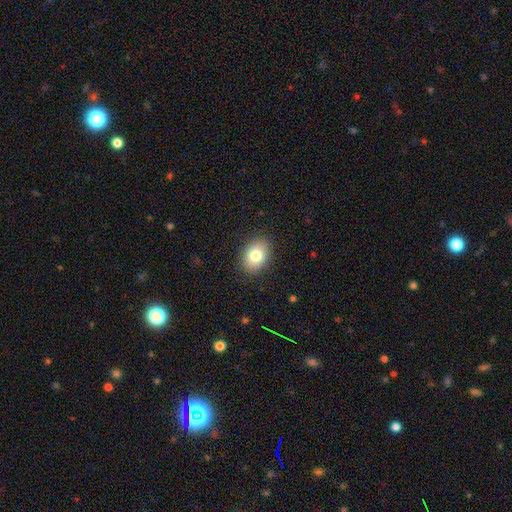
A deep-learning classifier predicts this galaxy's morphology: Smooth or featured?
  - smooth: 80% *
  - featured or disk: 11%
  - star or artifact: 9%
How rounded?
  - in between: 70% *
  - round: 29%
  - cigar-shaped: 1%
Merging?
  - none: 88% *
  - minor disturbance: 8%
  - major disturbance: 2%
  - merger: 1%